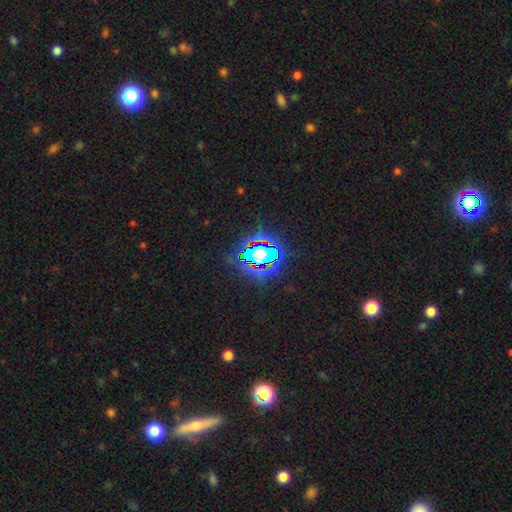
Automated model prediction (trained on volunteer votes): Q: Smooth or featured?
A: star or artifact (81%); runner-up: smooth (12%)